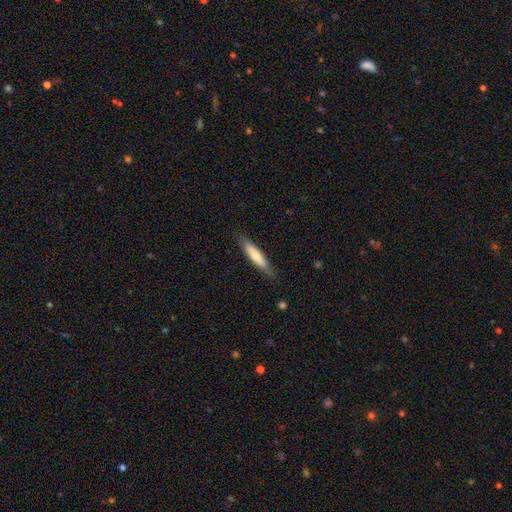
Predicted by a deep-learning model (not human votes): Overall: smooth (70%). How rounded: cigar-shaped (82%). Merging: none (84%).